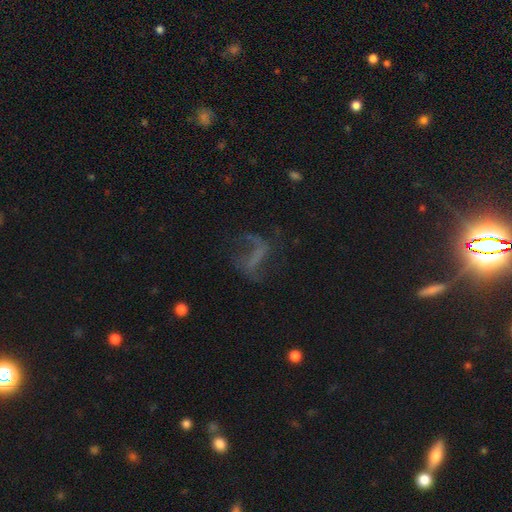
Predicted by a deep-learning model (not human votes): Morphology: type=featured or disk (56%); edge-on=no (94%); bar=no (39%); spiral arms=yes (61%); bulge=none (77%); merging=none (47%).